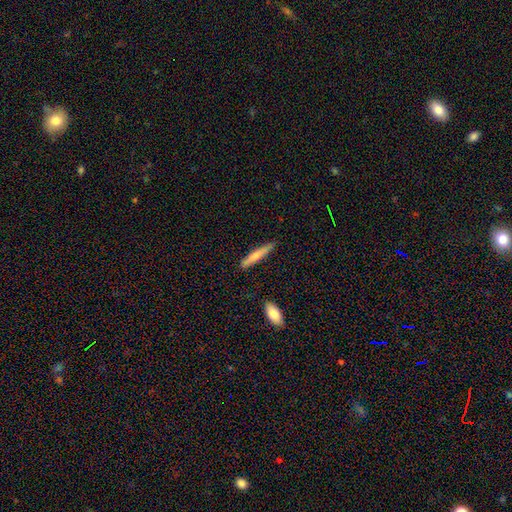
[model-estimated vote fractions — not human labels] A smooth galaxy with no disk features (68%) that is cigar-shaped (92%).

Vote fractions:
- Smooth or featured? smooth: 68% / featured or disk: 27% / star or artifact: 6%
- How rounded? cigar-shaped: 92% / in between: 7% / round: 1%
- Merging? none: 83% / minor disturbance: 12% / merger: 2% / major disturbance: 2%